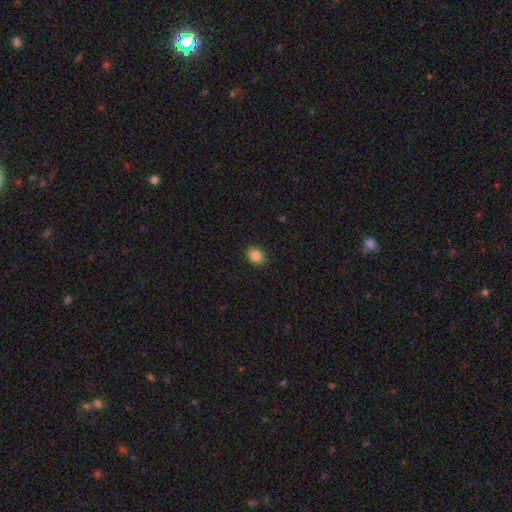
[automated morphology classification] Q: Smooth or featured?
A: smooth (88%); runner-up: star or artifact (9%)
Q: How rounded?
A: in between (65%); runner-up: round (34%)
Q: Merging?
A: none (89%); runner-up: minor disturbance (8%)